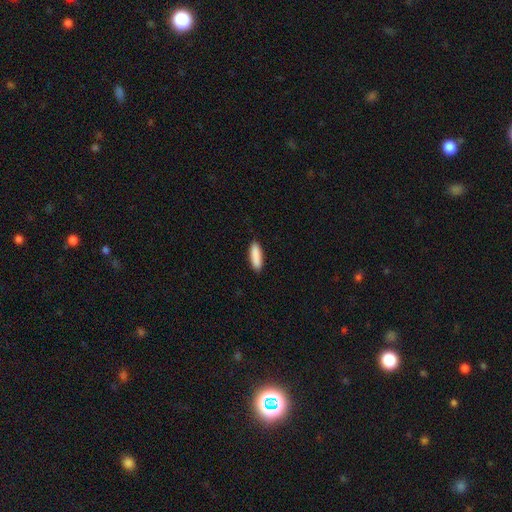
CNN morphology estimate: A smooth galaxy with no disk features (90%) that is cigar-shaped (51%). Merging: none (90%).